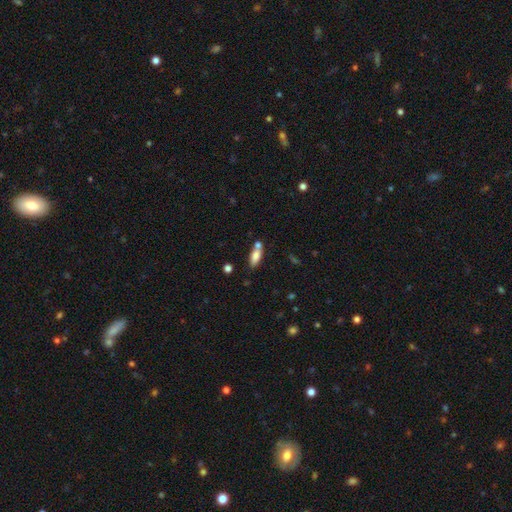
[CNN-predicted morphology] Overall: smooth (78%). How rounded: in between (75%). Merging: none (55%; merger 26%).